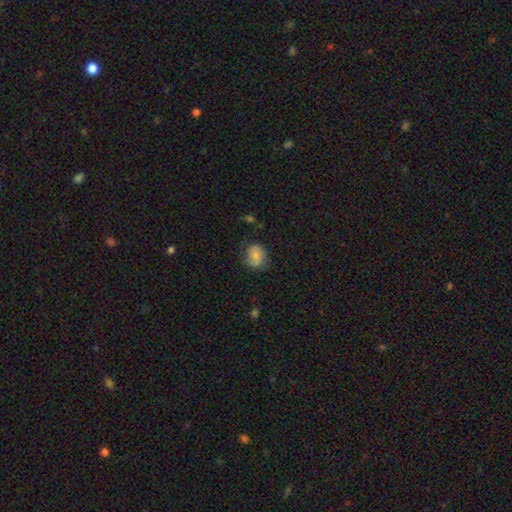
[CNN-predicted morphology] type=smooth (70%); roundness=round (51%); merging=none (66%).